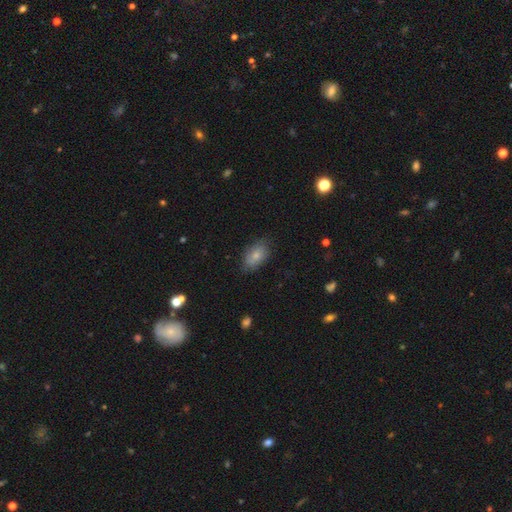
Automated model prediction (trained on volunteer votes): Smooth or featured?
  - smooth: 74% *
  - featured or disk: 19%
  - star or artifact: 7%
How rounded?
  - in between: 90% *
  - round: 8%
  - cigar-shaped: 2%
Merging?
  - none: 74% *
  - minor disturbance: 21%
  - major disturbance: 4%
  - merger: 1%